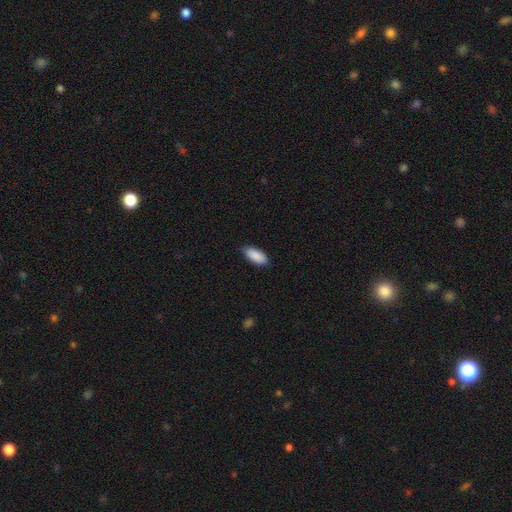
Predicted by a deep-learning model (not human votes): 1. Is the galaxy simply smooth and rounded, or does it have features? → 90% smooth, 6% star or artifact, 4% featured or disk.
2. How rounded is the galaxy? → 87% in between, 11% cigar-shaped, 2% round.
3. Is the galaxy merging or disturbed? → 84% none, 13% minor disturbance, 2% major disturbance, 1% merger.